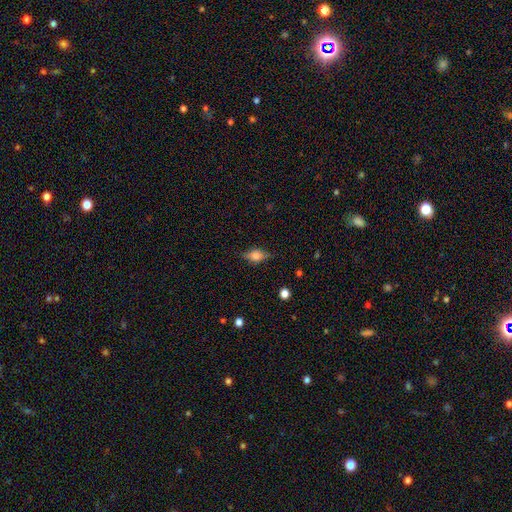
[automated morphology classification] Overall: smooth (56%; featured or disk 34%). How rounded: in between (75%). Merging: none (77%).